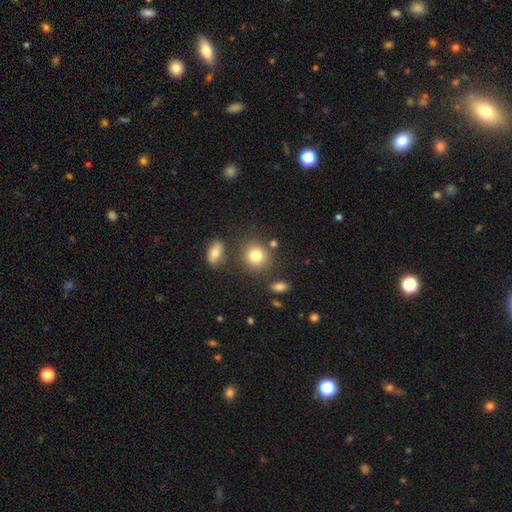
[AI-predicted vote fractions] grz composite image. It shows a smooth galaxy with no disk features (81%) that is round (82%). Merging: none (78%).